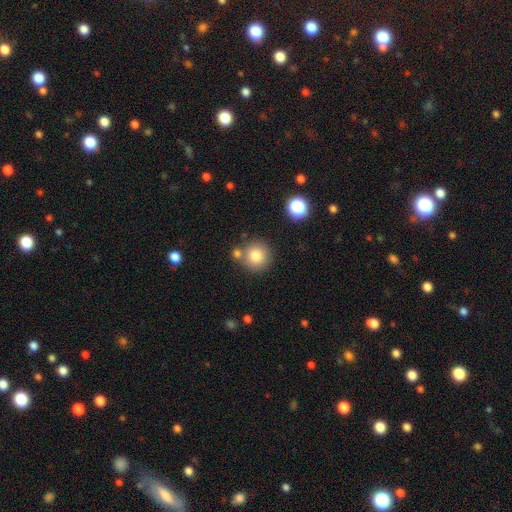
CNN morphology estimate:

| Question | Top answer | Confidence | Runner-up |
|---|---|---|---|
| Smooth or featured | smooth | 80% | star or artifact (11%) |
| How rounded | round | 93% | in between (6%) |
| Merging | none | 72% | merger (16%) |